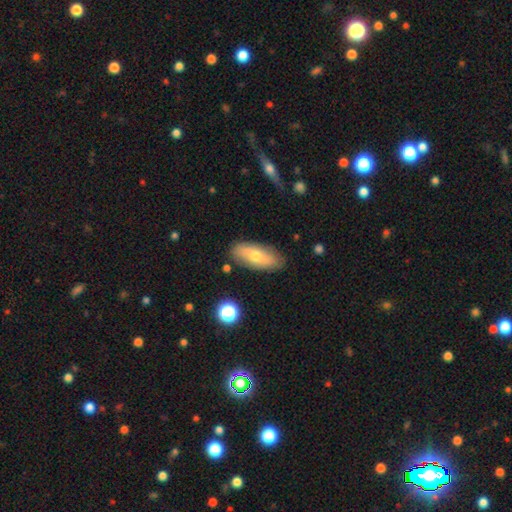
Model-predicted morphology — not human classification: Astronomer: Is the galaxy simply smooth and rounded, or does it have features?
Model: smooth — 59% (runner-up: featured or disk, 34%).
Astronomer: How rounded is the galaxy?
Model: in between — 79%.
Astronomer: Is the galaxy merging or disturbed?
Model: none — 84%.